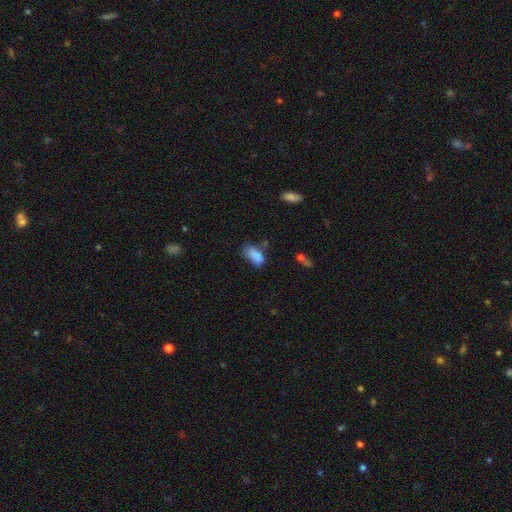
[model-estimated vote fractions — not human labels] Overall: smooth (84%). How rounded: in between (86%). Merging: none (49%; minor disturbance 32%).